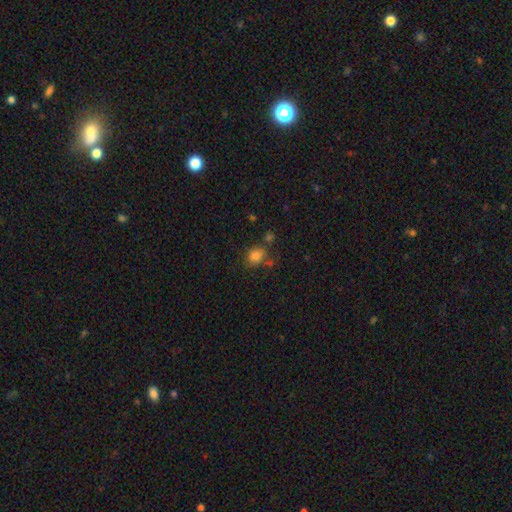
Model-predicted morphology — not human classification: smooth 81%, star or artifact 12%, featured or disk 7%. Down the decision tree: how rounded — round (65%); merging — none (65%).